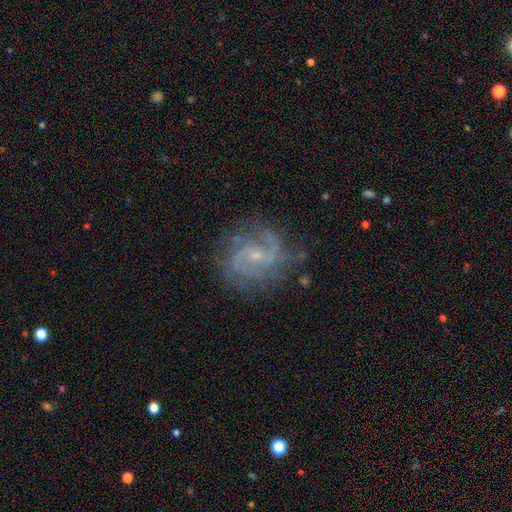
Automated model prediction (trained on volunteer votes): The model was most divided on "bar": no: 50%, weak: 41%, strong: 9%. More confident: edge-on disk — no (98%); spiral arms — yes (98%); smooth or featured — featured or disk (88%); spiral arm count — 2 (75%); merging — none (75%); bulge size — small (73%); spiral winding — medium (55%).